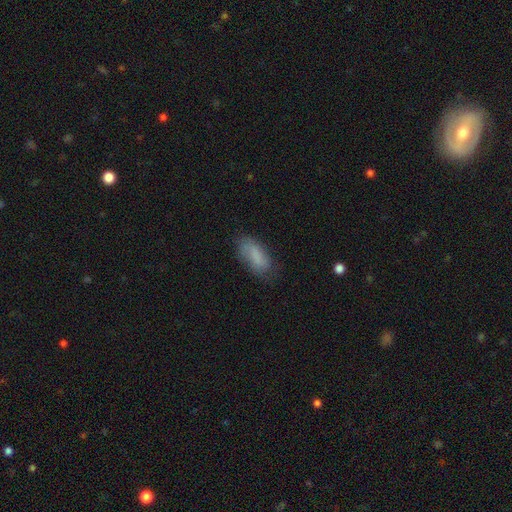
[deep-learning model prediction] Smooth or featured? smooth (76%)
How rounded? in between (83%)
Merging? none (62%)